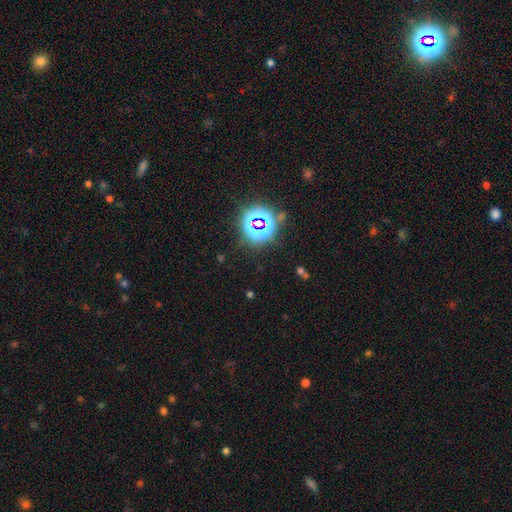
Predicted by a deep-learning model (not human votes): Smooth or featured?
  - star or artifact: 81% *
  - smooth: 12%
  - featured or disk: 7%